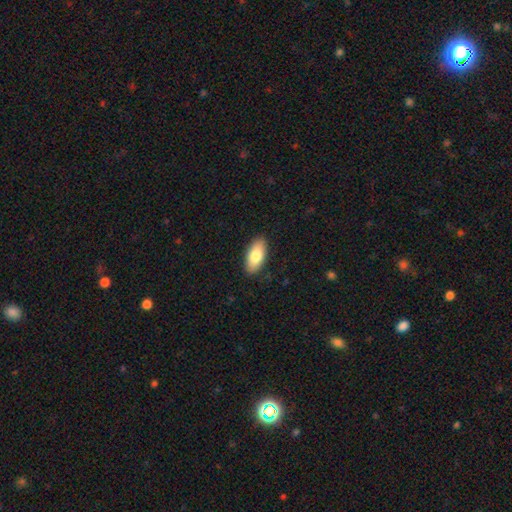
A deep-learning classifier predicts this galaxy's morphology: A smooth galaxy with no disk features (82%) that is in between round and cigar-shaped (89%).

Vote fractions:
- Smooth or featured? smooth: 82% / featured or disk: 12% / star or artifact: 6%
- How rounded? in between: 89% / cigar-shaped: 8% / round: 2%
- Merging? none: 89% / minor disturbance: 9% / major disturbance: 2% / merger: 1%